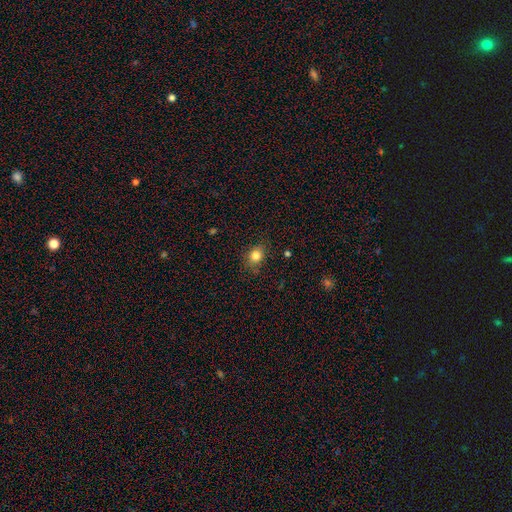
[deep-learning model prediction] Smooth or featured? smooth (82%)
How rounded? round (52%)
Merging? none (80%)